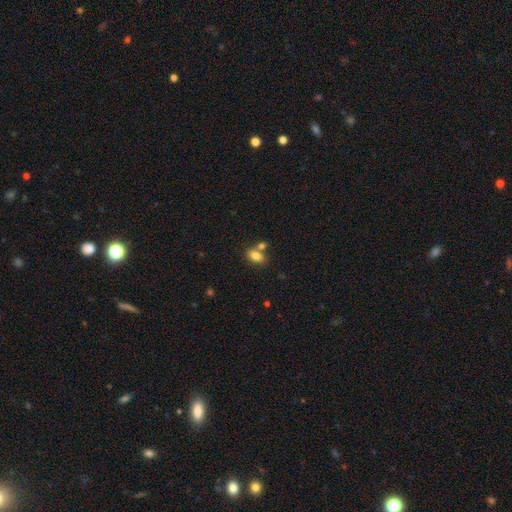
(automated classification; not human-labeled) Smooth or featured? smooth (82%)
How rounded? in between (86%)
Merging? none (59%)